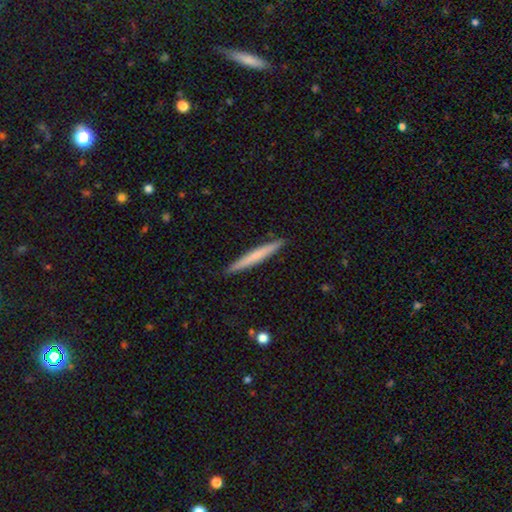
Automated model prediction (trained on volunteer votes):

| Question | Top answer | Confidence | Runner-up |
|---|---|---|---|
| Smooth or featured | smooth | 62% | featured or disk (33%) |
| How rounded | cigar-shaped | 97% | in between (2%) |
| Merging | none | 92% | minor disturbance (6%) |